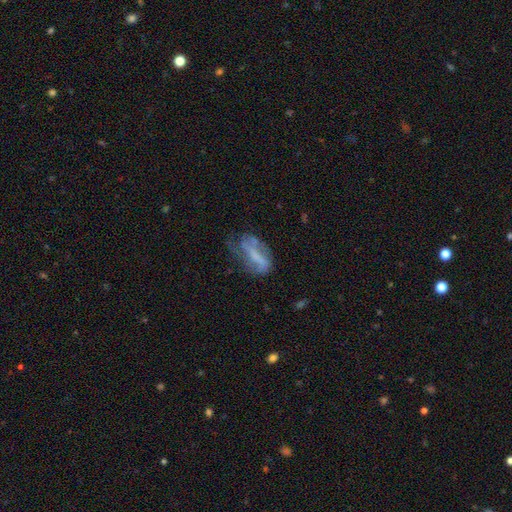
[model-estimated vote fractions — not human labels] The model was most divided on "merging": none: 38%, minor disturbance: 30%, major disturbance: 28%, merger: 4%. More confident: edge-on disk — no (89%); smooth or featured — featured or disk (53%).